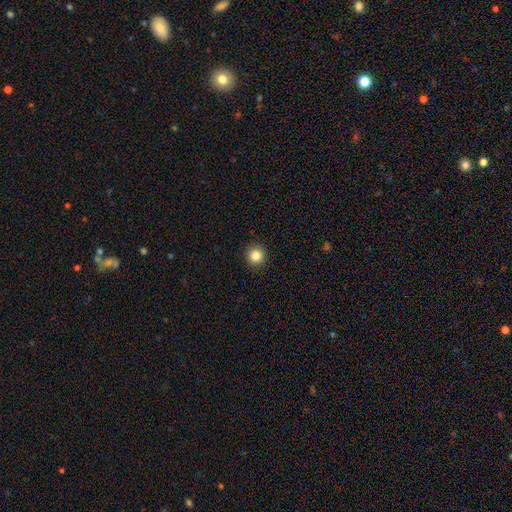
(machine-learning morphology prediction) type=smooth (83%); roundness=round (93%); merging=none (92%).